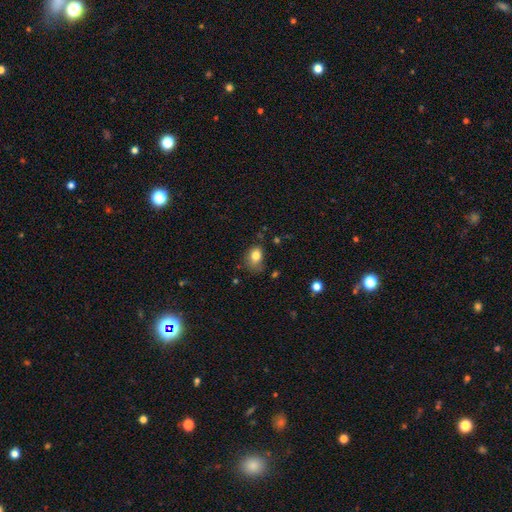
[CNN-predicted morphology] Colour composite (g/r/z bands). It shows a smooth galaxy with no disk features (80%) that is in between round and cigar-shaped (64%). Merging: none (49%).